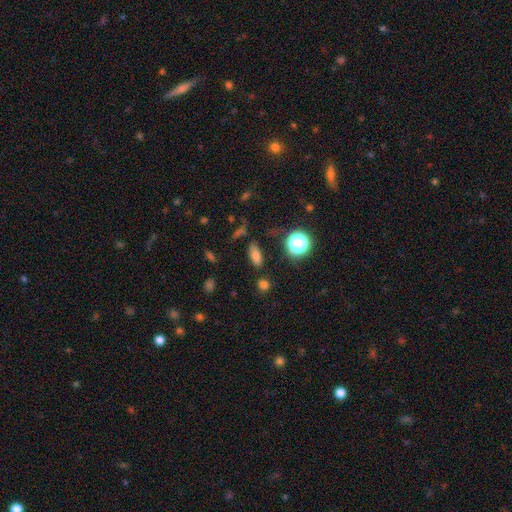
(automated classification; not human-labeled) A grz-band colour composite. It shows a smooth galaxy with no disk features (72%) that is in between round and cigar-shaped (75%). Merging: none (78%).